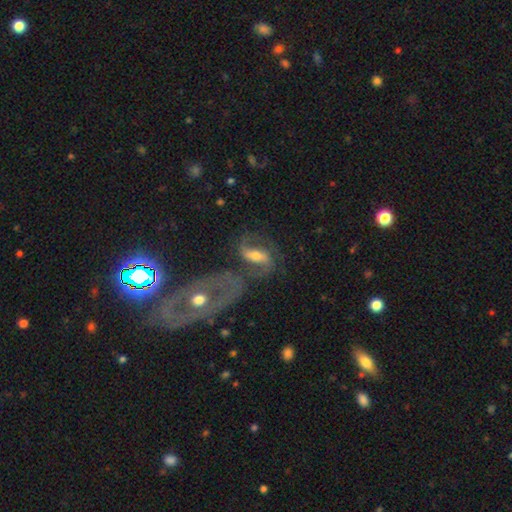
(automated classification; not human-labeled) A featured or disk galaxy (78%) with a strong bar (47%), 2 (88%) medium (44%) spiral arms (91%) and a moderate central bulge (58%). Merging: none (48%).